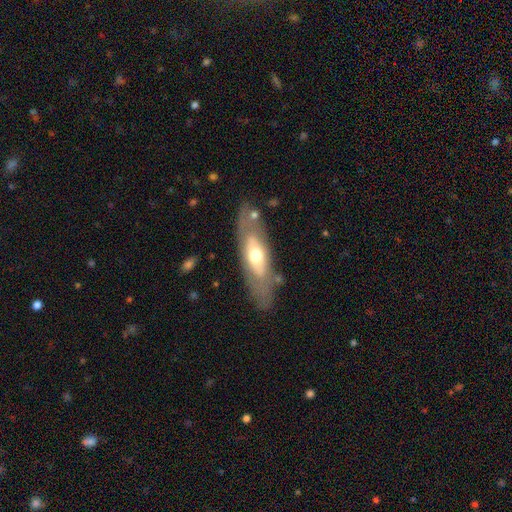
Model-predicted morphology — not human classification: smooth_or_featured: featured or disk (p=0.51) [alt: smooth p=0.43]
disk_edge_on: no (p=0.66) [alt: yes p=0.34]
merging: none (p=0.72) [alt: minor disturbance p=0.16]